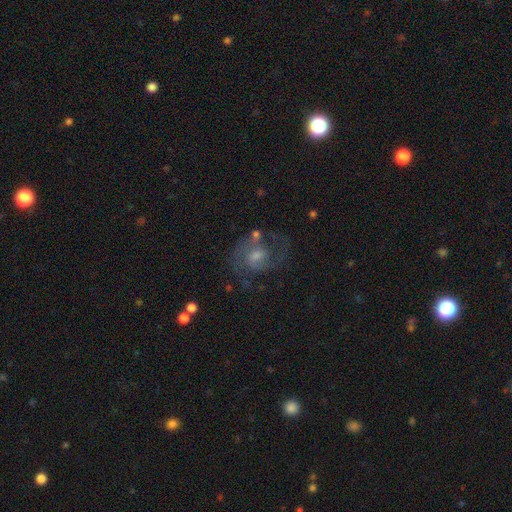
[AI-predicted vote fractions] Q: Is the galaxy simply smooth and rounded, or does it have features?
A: featured or disk — 79%.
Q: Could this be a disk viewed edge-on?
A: no — 98%.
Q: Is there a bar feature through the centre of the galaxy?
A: no — 47%.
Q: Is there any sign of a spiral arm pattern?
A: yes — 94%.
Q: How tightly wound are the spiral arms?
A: medium — 56%.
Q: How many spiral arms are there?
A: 2 — 78%.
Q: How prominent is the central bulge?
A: moderate — 46%.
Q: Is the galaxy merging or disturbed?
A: none — 68%.